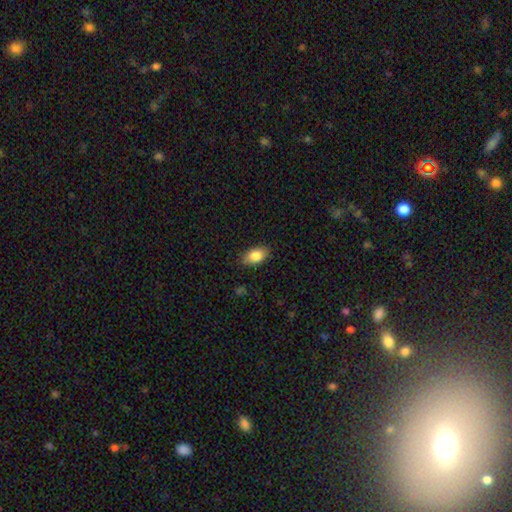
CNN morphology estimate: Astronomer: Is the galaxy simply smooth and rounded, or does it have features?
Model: smooth — 83%.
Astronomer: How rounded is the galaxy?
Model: in between — 89%.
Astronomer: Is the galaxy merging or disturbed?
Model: none — 85%.